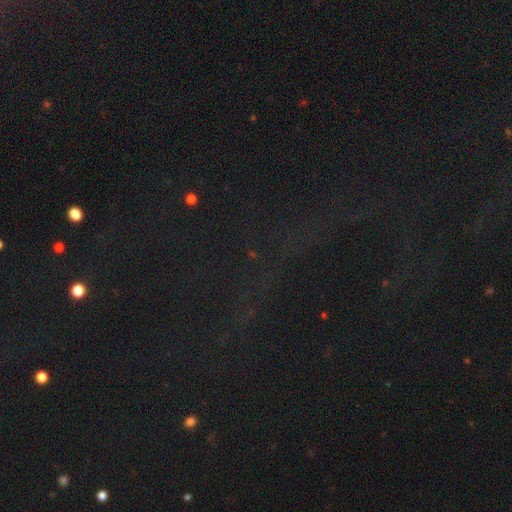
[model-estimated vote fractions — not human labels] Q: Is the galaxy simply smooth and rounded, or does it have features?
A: star or artifact — 79%.